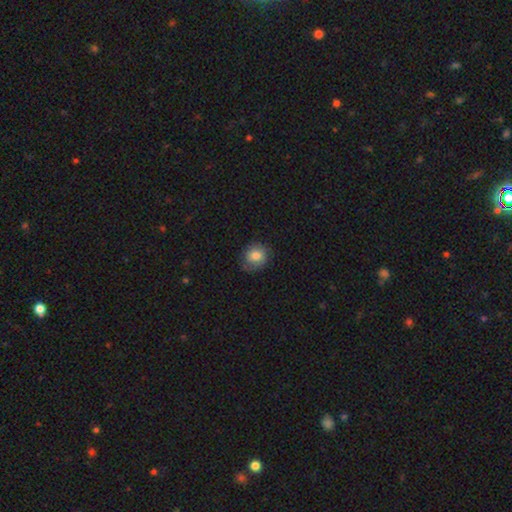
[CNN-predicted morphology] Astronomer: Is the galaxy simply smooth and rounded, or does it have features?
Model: smooth — 79%.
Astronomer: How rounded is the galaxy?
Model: round — 69%.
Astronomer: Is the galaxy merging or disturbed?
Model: none — 74%.